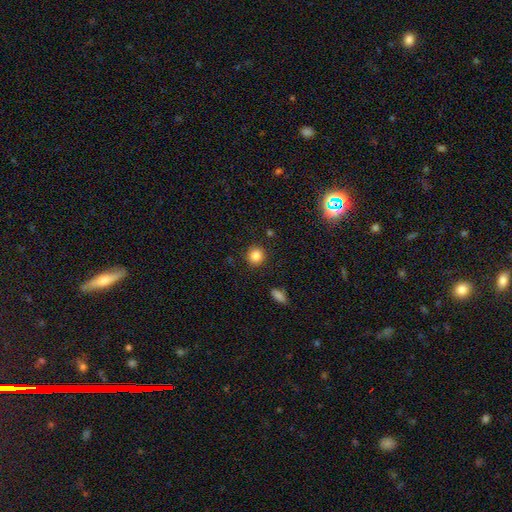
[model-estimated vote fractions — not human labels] smooth-or-featured: smooth: 85% | star or artifact: 11% | featured or disk: 5%
  how-rounded: round: 90% | in between: 9% | cigar-shaped: 1%
  merging: none: 89% | minor disturbance: 7% | major disturbance: 2% | merger: 2%